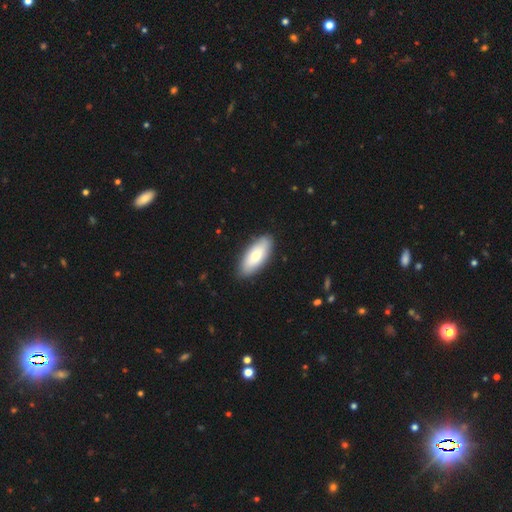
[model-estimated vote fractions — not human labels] This is likely a smooth galaxy (74%). How rounded: clearly in between (82%). Merging: clearly none (88%).